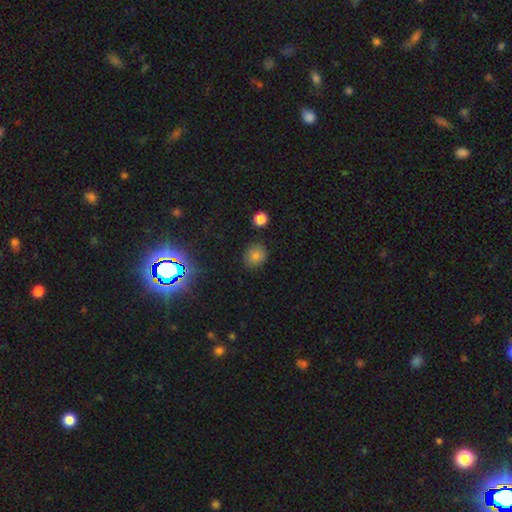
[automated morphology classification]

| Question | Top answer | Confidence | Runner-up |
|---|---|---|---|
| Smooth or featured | smooth | 76% | star or artifact (16%) |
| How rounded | round | 74% | in between (25%) |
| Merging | none | 85% | minor disturbance (11%) |